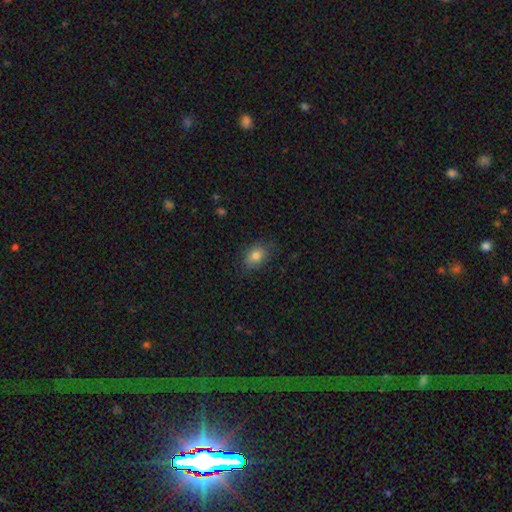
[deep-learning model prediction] The model was most divided on "how rounded": in between: 67%, round: 32%, cigar-shaped: 1%. More confident: smooth or featured — smooth (81%); merging — none (79%).